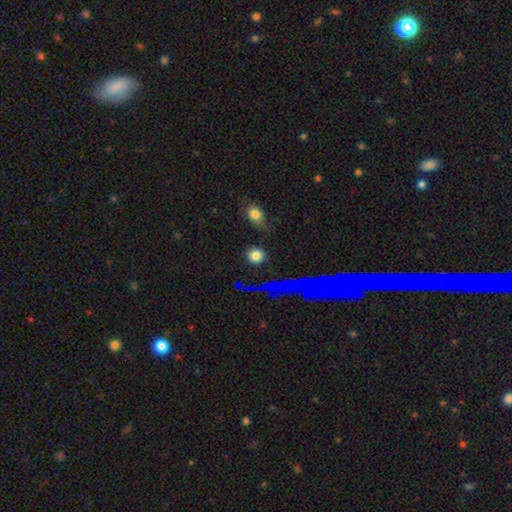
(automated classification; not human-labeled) Q: Smooth or featured?
A: smooth (76%); runner-up: star or artifact (17%)
Q: How rounded?
A: round (90%); runner-up: in between (9%)
Q: Merging?
A: none (84%); runner-up: minor disturbance (10%)